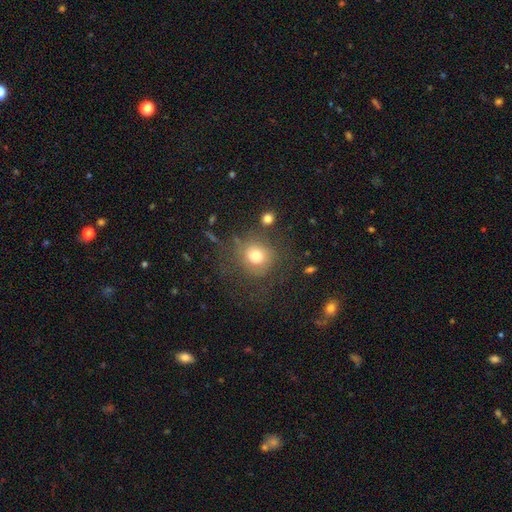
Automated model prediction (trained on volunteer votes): smooth_or_featured: smooth (p=0.69) [alt: featured or disk p=0.18]
how_rounded: round (p=0.86) [alt: in between p=0.13]
merging: none (p=0.67) [alt: minor disturbance p=0.16]